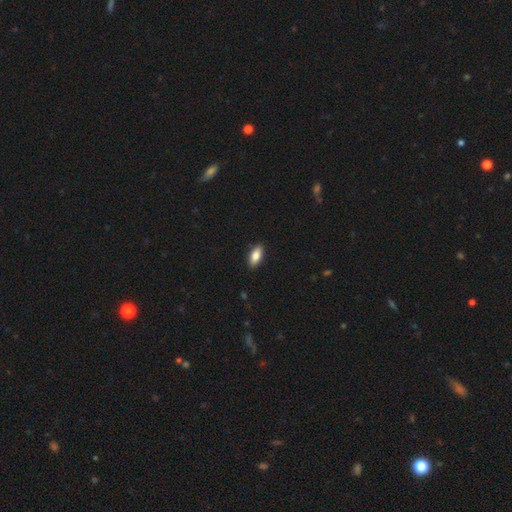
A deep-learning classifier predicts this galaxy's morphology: smooth-or-featured: smooth: 84% | featured or disk: 10% | star or artifact: 7%
  how-rounded: in between: 87% | cigar-shaped: 11% | round: 2%
  merging: none: 89% | minor disturbance: 8% | major disturbance: 2% | merger: 1%